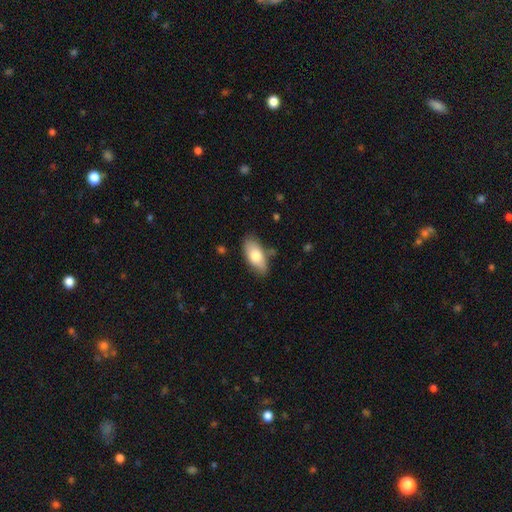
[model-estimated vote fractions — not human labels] Morphology: type=smooth (76%); roundness=in between (88%); merging=none (77%).